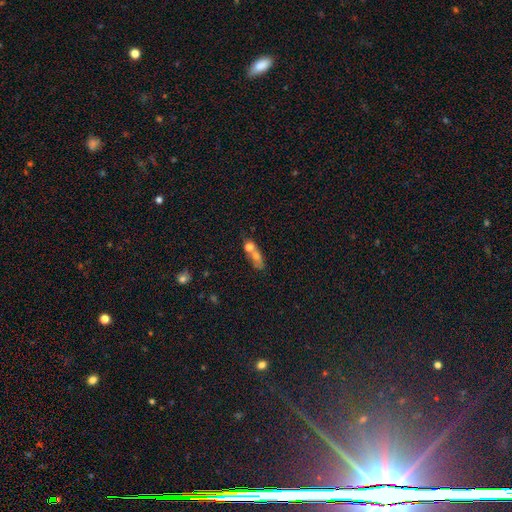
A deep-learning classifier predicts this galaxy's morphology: Q: Smooth or featured?
A: smooth (59%); runner-up: featured or disk (26%)
Q: How rounded?
A: in between (52%); runner-up: round (28%)
Q: Merging?
A: merger (51%); runner-up: none (32%)